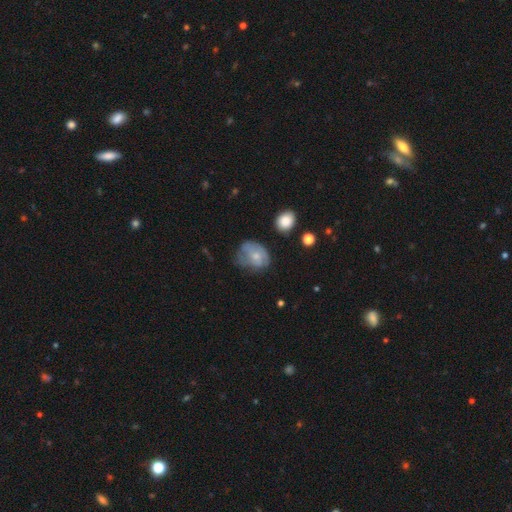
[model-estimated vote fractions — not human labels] Q: Smooth or featured?
A: smooth (53%); runner-up: featured or disk (39%)
Q: How rounded?
A: in between (60%); runner-up: round (39%)
Q: Merging?
A: none (37%); runner-up: minor disturbance (35%)